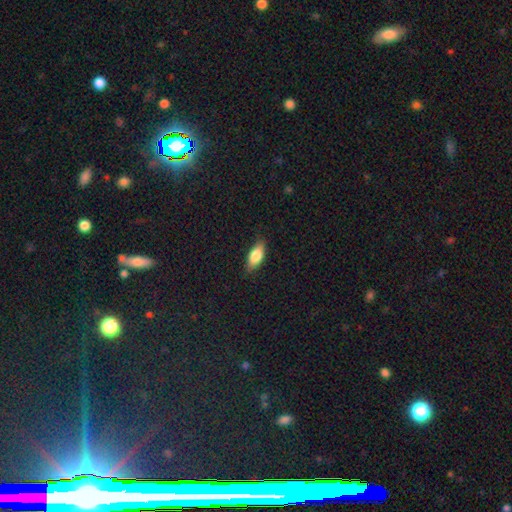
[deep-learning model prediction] Smooth or featured?
  - smooth: 78% *
  - featured or disk: 15%
  - star or artifact: 7%
How rounded?
  - in between: 83% *
  - cigar-shaped: 14%
  - round: 3%
Merging?
  - none: 83% *
  - minor disturbance: 13%
  - major disturbance: 3%
  - merger: 1%